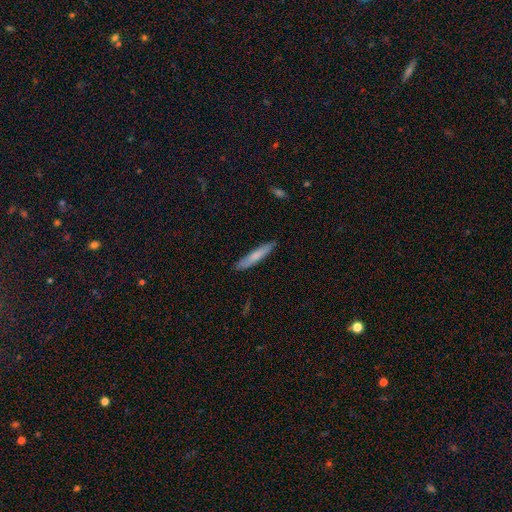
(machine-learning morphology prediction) The model was most divided on "smooth or featured": smooth: 72%, featured or disk: 22%, star or artifact: 6%. More confident: how rounded — cigar-shaped (92%); merging — none (87%).